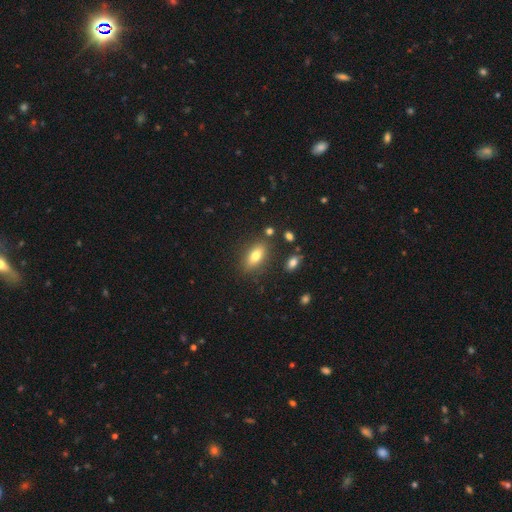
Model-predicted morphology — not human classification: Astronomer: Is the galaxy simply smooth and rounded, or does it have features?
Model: smooth — 76%.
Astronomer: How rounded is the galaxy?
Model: in between — 81%.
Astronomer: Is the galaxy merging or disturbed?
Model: none — 83%.